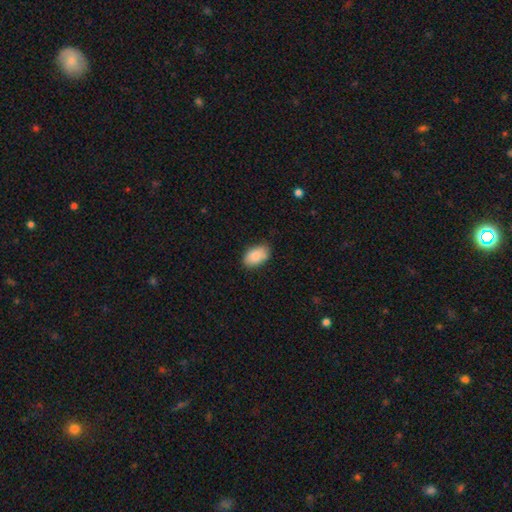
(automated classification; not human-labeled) A smooth galaxy with no disk features (89%) that is in between round and cigar-shaped (94%).

Vote fractions:
- Smooth or featured? smooth: 89% / star or artifact: 7% / featured or disk: 5%
- How rounded? in between: 94% / round: 5% / cigar-shaped: 2%
- Merging? none: 79% / minor disturbance: 17% / major disturbance: 3% / merger: 1%